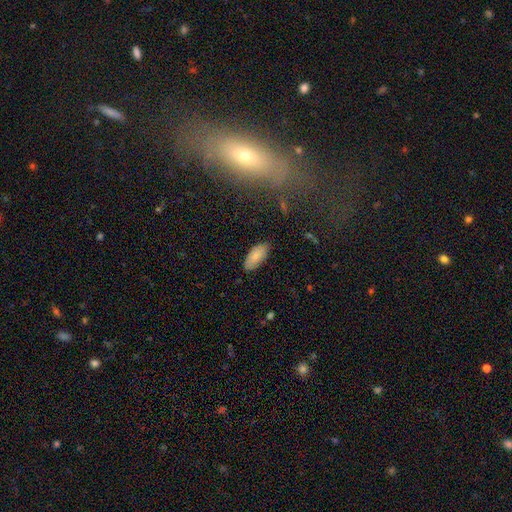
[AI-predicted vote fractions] This is clearly a smooth galaxy (83%). How rounded: clearly in between (89%). Merging: clearly none (83%).